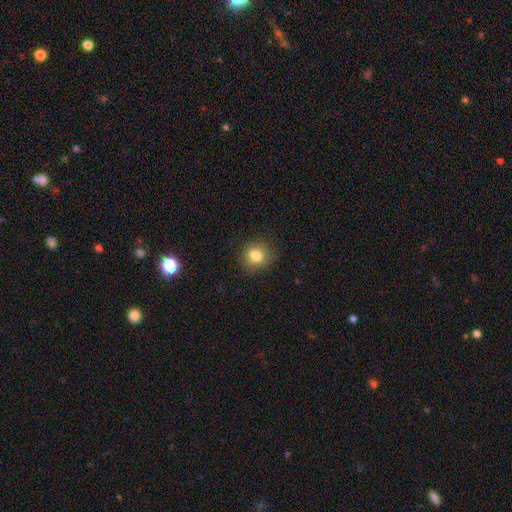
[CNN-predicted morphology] A smooth galaxy with no disk features (82%) that is round (86%).

Vote fractions:
- Smooth or featured? smooth: 82% / star or artifact: 11% / featured or disk: 7%
- How rounded? round: 86% / in between: 13% / cigar-shaped: 1%
- Merging? none: 89% / minor disturbance: 8% / major disturbance: 2% / merger: 1%